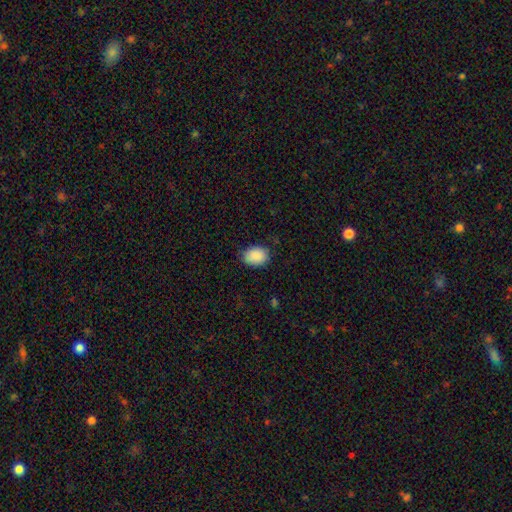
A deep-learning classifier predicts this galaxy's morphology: The model was most divided on "how rounded": in between: 69%, round: 30%, cigar-shaped: 1%. More confident: smooth or featured — smooth (90%); merging — none (80%).